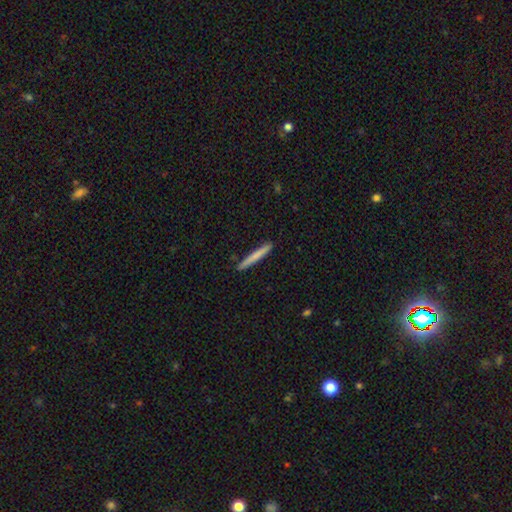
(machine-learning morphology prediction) Overall: smooth (73%). How rounded: cigar-shaped (97%). Merging: none (91%).